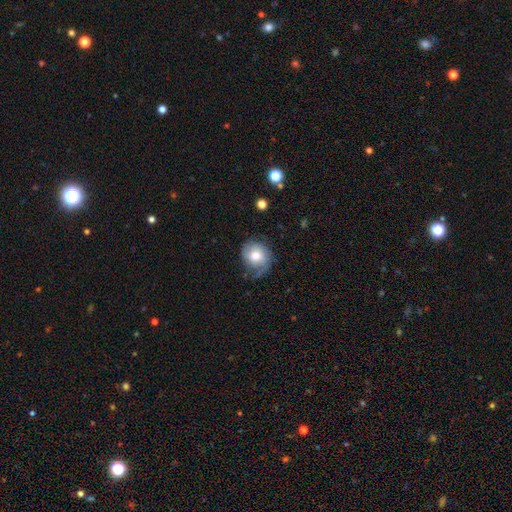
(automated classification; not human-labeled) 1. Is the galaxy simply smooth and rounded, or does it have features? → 62% smooth, 30% featured or disk, 8% star or artifact.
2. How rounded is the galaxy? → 71% round, 28% in between, 1% cigar-shaped.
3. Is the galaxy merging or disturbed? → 52% none, 30% minor disturbance, 15% major disturbance, 2% merger.